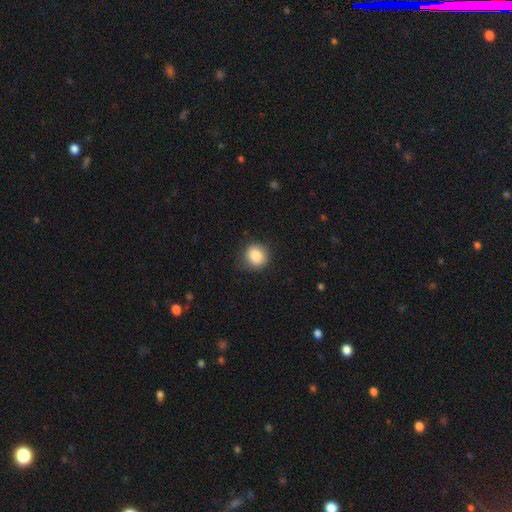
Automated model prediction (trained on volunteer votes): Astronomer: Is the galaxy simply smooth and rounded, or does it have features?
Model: smooth — 86%.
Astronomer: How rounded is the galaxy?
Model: round — 85%.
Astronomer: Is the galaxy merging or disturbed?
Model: none — 84%.